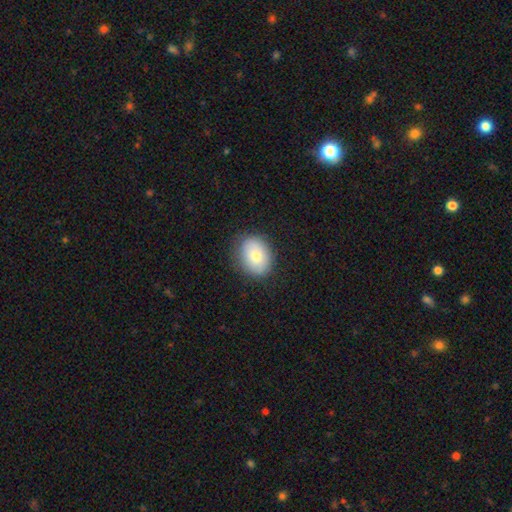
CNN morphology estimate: The model was most divided on "how rounded": in between: 58%, round: 41%, cigar-shaped: 1%. More confident: merging — none (83%); smooth or featured — smooth (75%).